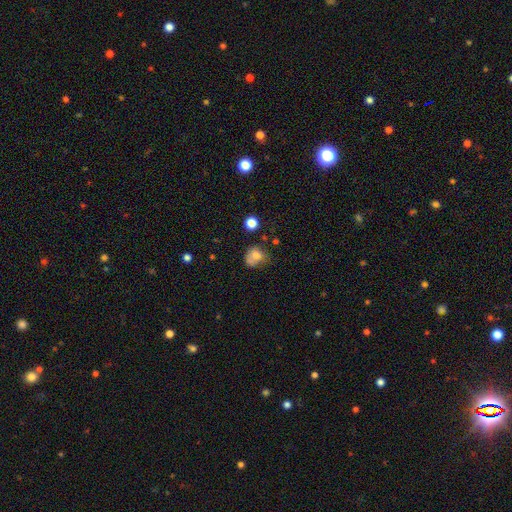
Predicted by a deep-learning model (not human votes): This is likely a smooth galaxy (71%). How rounded: possibly round (59%). Merging: marginally none (38%).